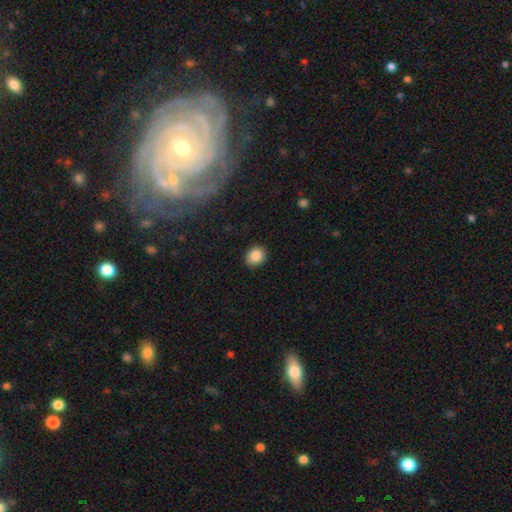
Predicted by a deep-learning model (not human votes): Smooth or featured?
  - smooth: 87% *
  - star or artifact: 9%
  - featured or disk: 4%
How rounded?
  - round: 74% *
  - in between: 25%
  - cigar-shaped: 1%
Merging?
  - none: 89% *
  - minor disturbance: 8%
  - major disturbance: 2%
  - merger: 1%